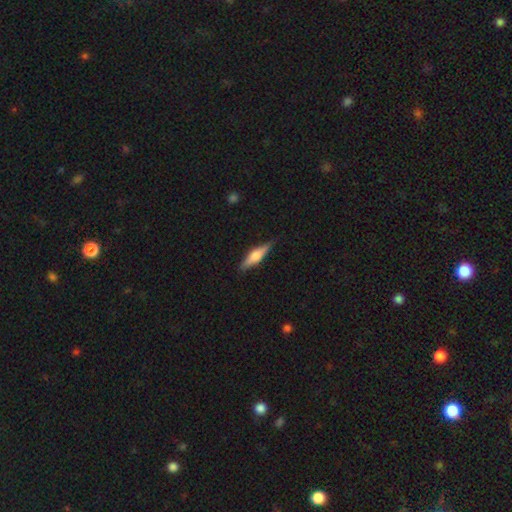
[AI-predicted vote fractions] featured or disk 53%, smooth 40%, star or artifact 6%. Down the decision tree: edge-on disk — yes (95%); edge-on bulge — rounded (83%); merging — none (85%).